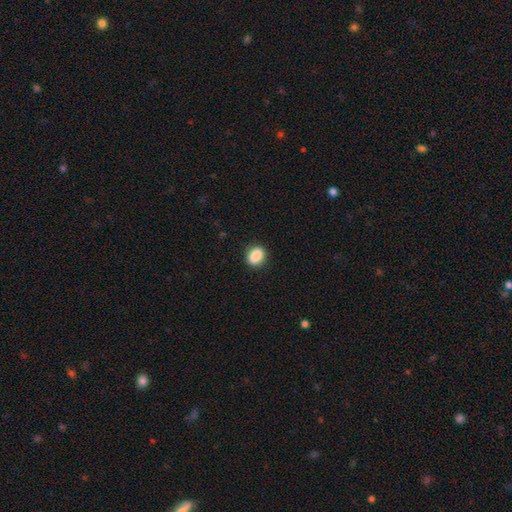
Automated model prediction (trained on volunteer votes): The model was most divided on "how rounded": in between: 62%, round: 36%, cigar-shaped: 2%. More confident: smooth or featured — smooth (88%); merging — none (88%).